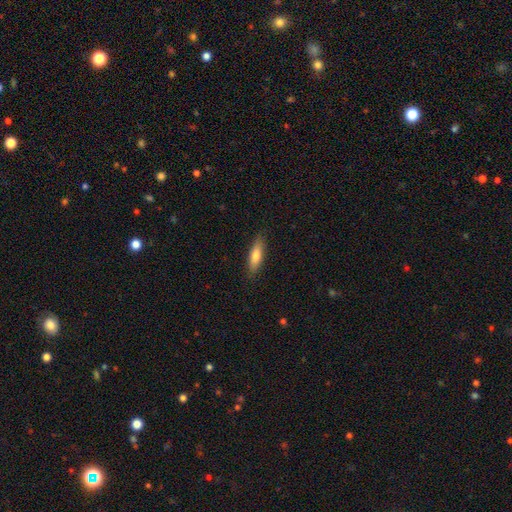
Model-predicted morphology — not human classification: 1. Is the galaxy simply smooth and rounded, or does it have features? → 74% smooth, 20% featured or disk, 6% star or artifact.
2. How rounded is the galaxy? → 58% cigar-shaped, 41% in between, 2% round.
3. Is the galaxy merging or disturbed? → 85% none, 12% minor disturbance, 2% major disturbance, 1% merger.